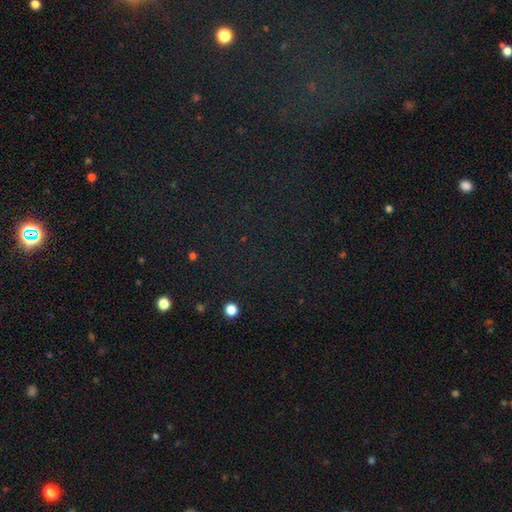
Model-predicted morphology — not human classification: type=star or artifact (78%).